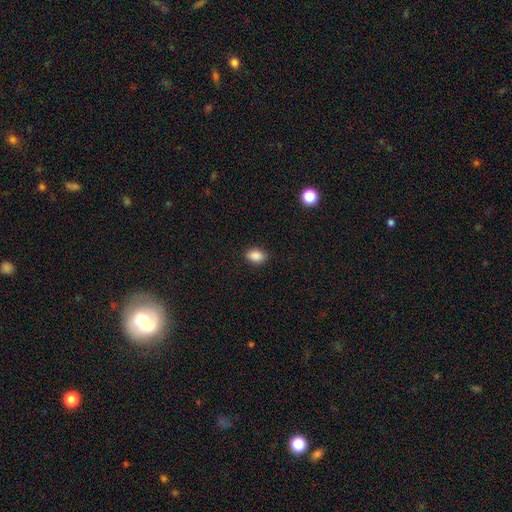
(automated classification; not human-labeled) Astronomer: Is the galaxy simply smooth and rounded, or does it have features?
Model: smooth — 88%.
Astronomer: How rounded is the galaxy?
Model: in between — 83%.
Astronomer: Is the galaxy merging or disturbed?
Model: none — 88%.